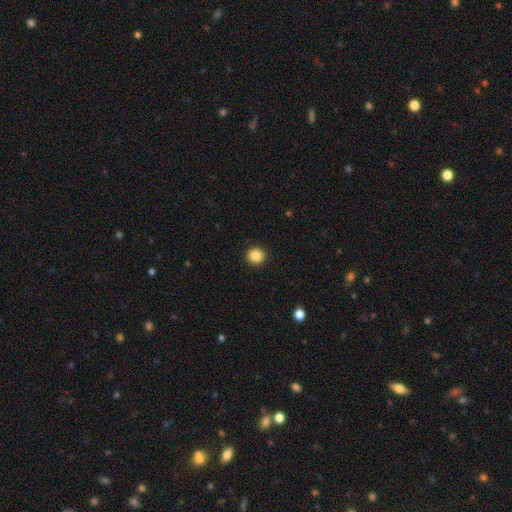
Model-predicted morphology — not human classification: smooth_or_featured: smooth (p=0.86) [alt: star or artifact p=0.10]
how_rounded: round (p=0.92) [alt: in between p=0.07]
merging: none (p=0.93) [alt: minor disturbance p=0.05]